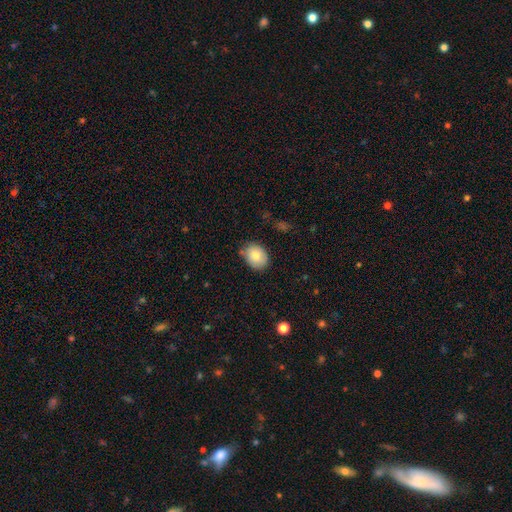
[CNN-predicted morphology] Smooth or featured?
  - smooth: 83% *
  - featured or disk: 10%
  - star or artifact: 8%
How rounded?
  - in between: 64% *
  - round: 36%
  - cigar-shaped: 1%
Merging?
  - none: 75% *
  - minor disturbance: 19%
  - major disturbance: 3%
  - merger: 2%